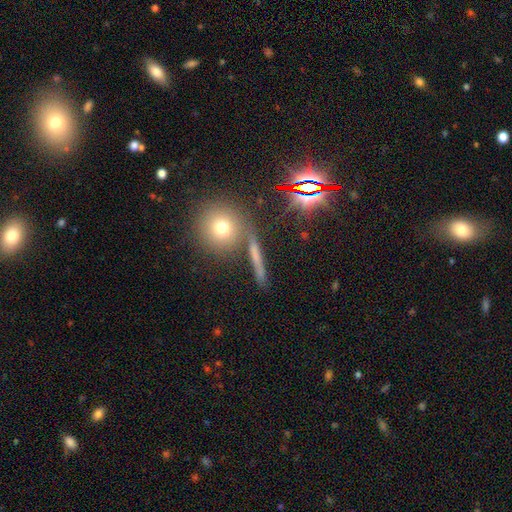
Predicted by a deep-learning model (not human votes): Smooth or featured: smooth — 48% (star or artifact — 28%)
Merging: none — 79% (minor disturbance — 9%)